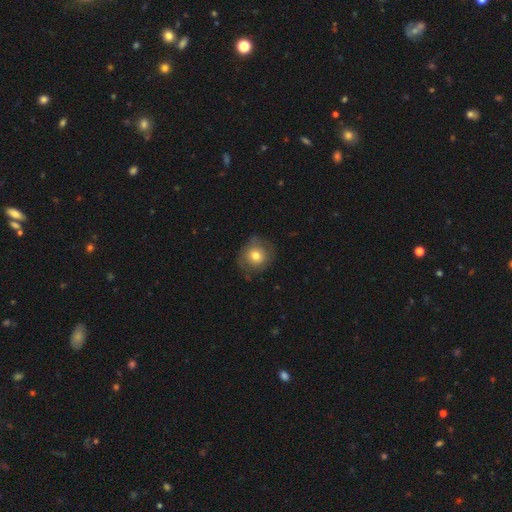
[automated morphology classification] Smooth or featured: smooth — 71% (featured or disk — 20%)
How rounded: round — 86% (in between — 13%)
Merging: none — 72% (minor disturbance — 20%)